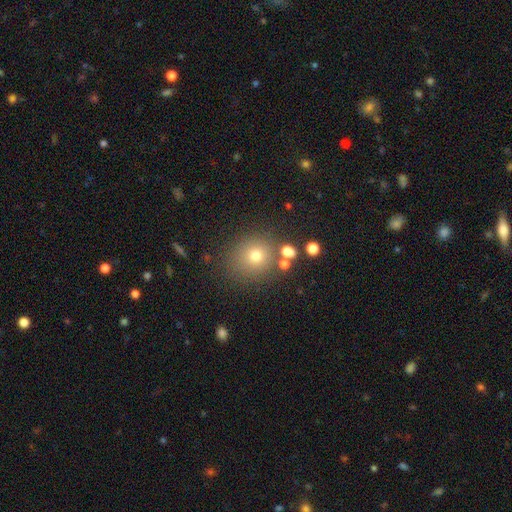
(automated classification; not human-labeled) A smooth galaxy with no disk features (72%) that is round (84%).

Vote fractions:
- Smooth or featured? smooth: 72% / star or artifact: 17% / featured or disk: 11%
- How rounded? round: 84% / in between: 15% / cigar-shaped: 1%
- Merging? none: 78% / minor disturbance: 10% / merger: 7% / major disturbance: 4%